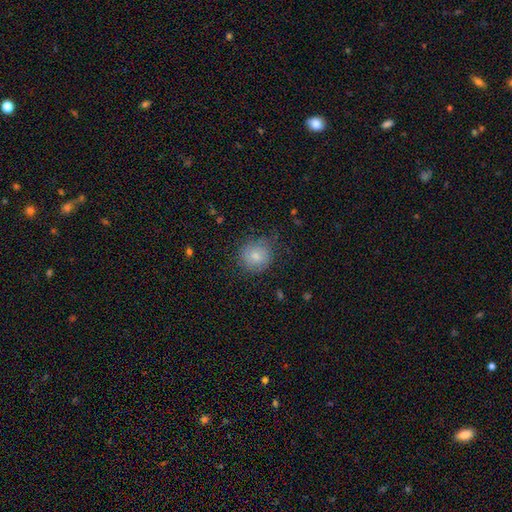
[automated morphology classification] type=smooth (76%); roundness=round (85%); merging=none (72%).